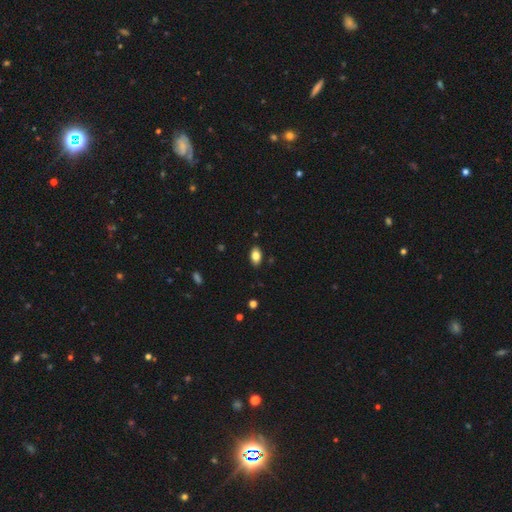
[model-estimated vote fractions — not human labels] smooth_or_featured: smooth (p=0.83) [alt: featured or disk p=0.09]
how_rounded: in between (p=0.91) [alt: round p=0.07]
merging: none (p=0.87) [alt: minor disturbance p=0.09]